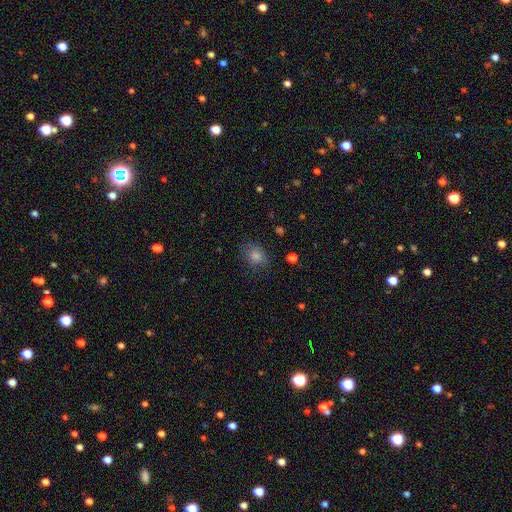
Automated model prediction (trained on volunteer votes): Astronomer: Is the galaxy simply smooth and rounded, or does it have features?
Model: smooth — 72%.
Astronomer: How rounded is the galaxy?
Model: round — 54% (runner-up: in between, 45%).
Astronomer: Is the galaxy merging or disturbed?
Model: none — 76%.